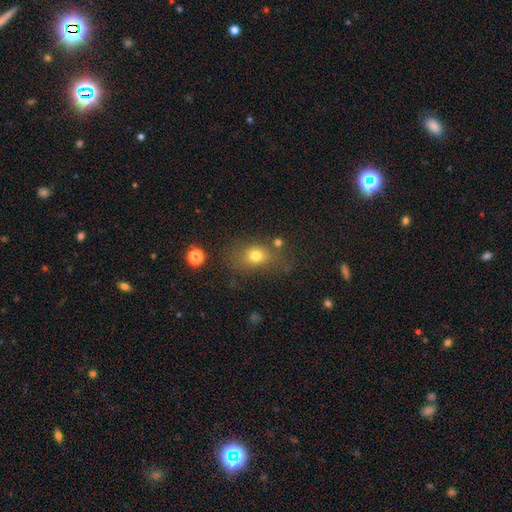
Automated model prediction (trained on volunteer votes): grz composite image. It shows a smooth galaxy with no disk features (74%) that is in between round and cigar-shaped (53%). Merging: none (62%).